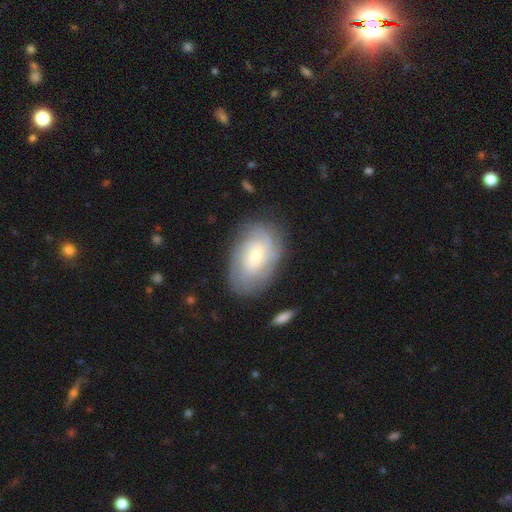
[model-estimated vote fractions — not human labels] smooth-or-featured: featured or disk: 72% | smooth: 22% | star or artifact: 7%
  disk-edge-on: no: 96% | yes: 4%
    bar: no: 51% | weak: 41% | strong: 8%
    has-spiral-arms: yes: 91% | no: 9%
      spiral-winding: tight: 68% | medium: 25% | loose: 7%
      spiral-arm-count: can't tell: 48% | 2: 14% | 3: 14% | 4: 14% | more than 4: 6% | 1: 5%
    bulge-size: small: 61% | moderate: 33% | large: 3% | none: 2% | dominant: 1%
  merging: none: 77% | minor disturbance: 16% | major disturbance: 5% | merger: 2%